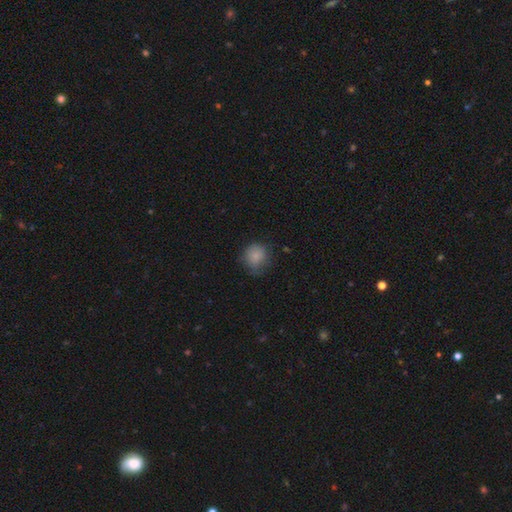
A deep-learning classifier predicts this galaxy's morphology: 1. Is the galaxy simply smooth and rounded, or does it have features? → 83% smooth, 9% star or artifact, 8% featured or disk.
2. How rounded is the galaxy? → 84% round, 15% in between, 1% cigar-shaped.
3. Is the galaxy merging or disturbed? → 66% none, 25% minor disturbance, 8% major disturbance, 1% merger.